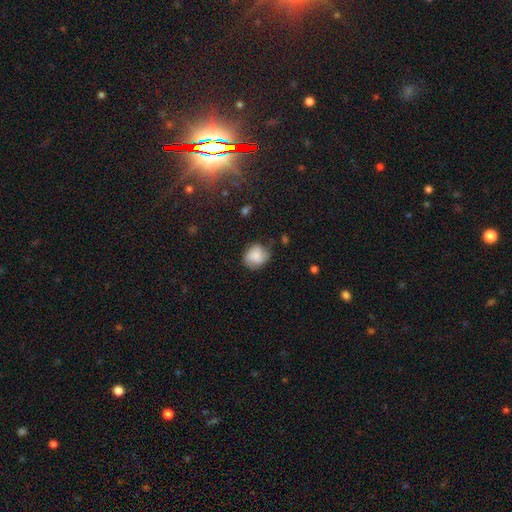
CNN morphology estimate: smooth 69%, featured or disk 22%, star or artifact 8%. Down the decision tree: how rounded — round (72%); merging — none (64%).